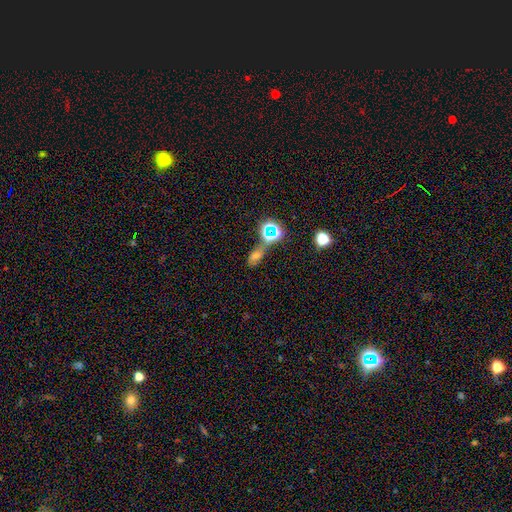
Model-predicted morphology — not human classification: The model was most divided on "smooth or featured": smooth: 43%, star or artifact: 40%, featured or disk: 17%. More confident: merging — none (53%).